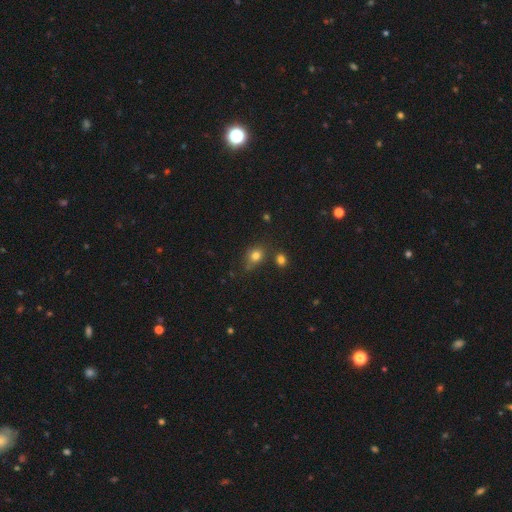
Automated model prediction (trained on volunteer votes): This is likely a smooth galaxy (79%). How rounded: possibly round (59%). Merging: likely none (62%).